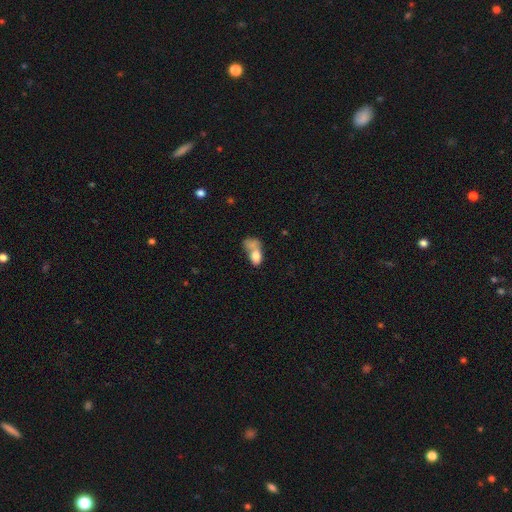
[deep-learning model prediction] Morphology: type=smooth (72%); roundness=in between (86%); merging=merger (49%).